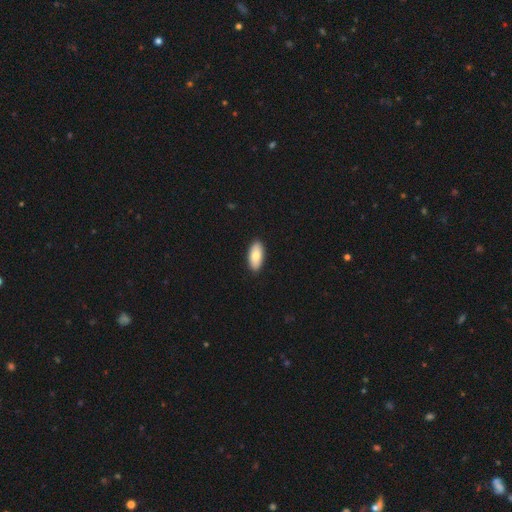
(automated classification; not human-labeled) Overall: smooth (80%). How rounded: in between (90%). Merging: none (90%).